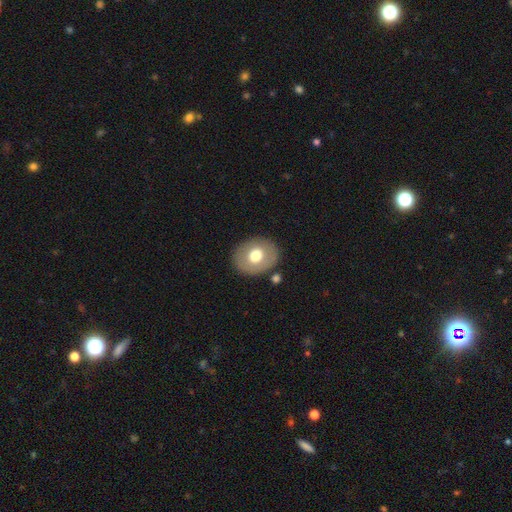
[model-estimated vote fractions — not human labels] A smooth galaxy with no disk features (65%) that is round (53%). Merging: none (85%).